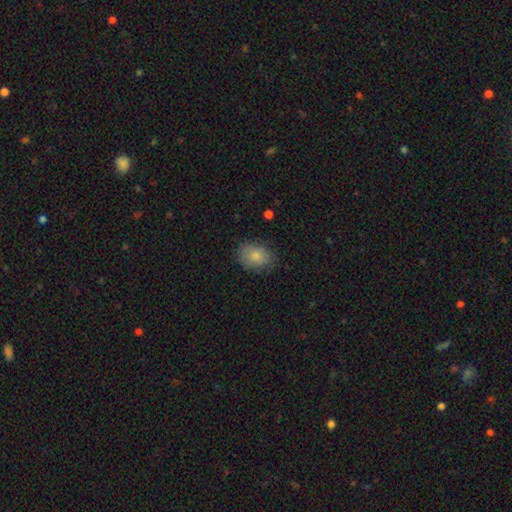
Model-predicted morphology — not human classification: A smooth galaxy with no disk features (83%) that is in between round and cigar-shaped (66%). Merging: none (80%).